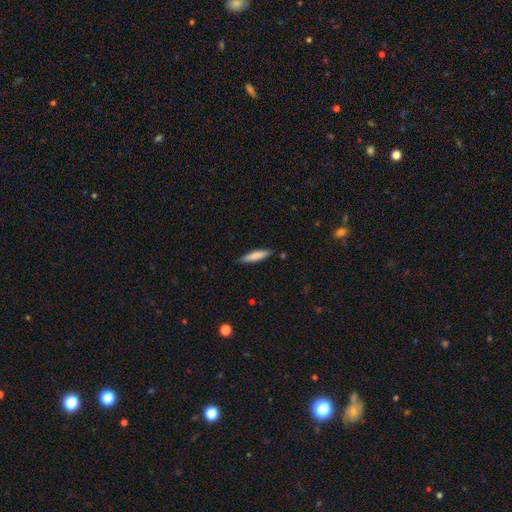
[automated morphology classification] smooth-or-featured: smooth: 80% | featured or disk: 15% | star or artifact: 6%
  how-rounded: cigar-shaped: 79% | in between: 20% | round: 1%
  merging: none: 83% | minor disturbance: 13% | major disturbance: 2% | merger: 2%